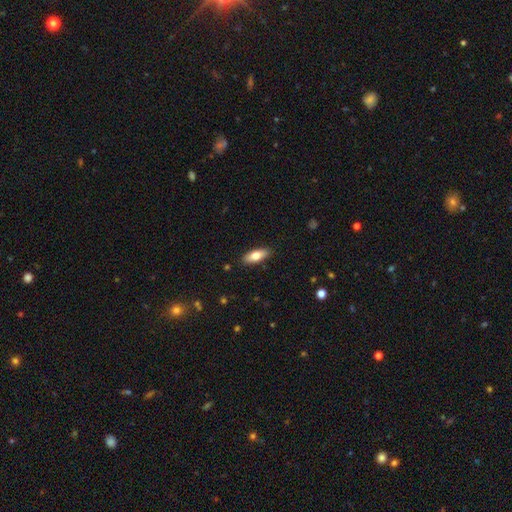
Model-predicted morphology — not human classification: Smooth or featured? smooth (75%)
How rounded? in between (73%)
Merging? none (89%)